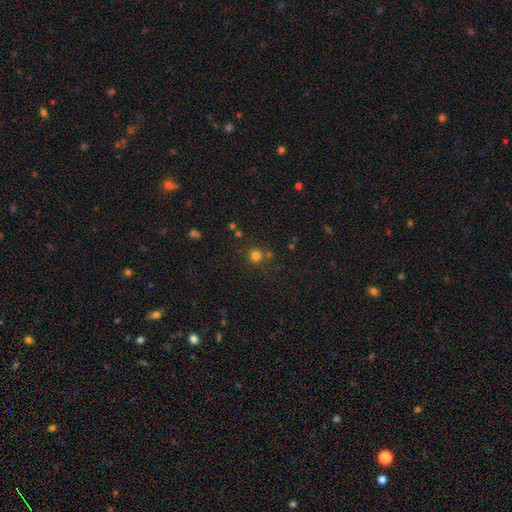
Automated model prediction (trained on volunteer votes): Q: Smooth or featured?
A: smooth (75%); runner-up: star or artifact (19%)
Q: How rounded?
A: round (93%); runner-up: in between (6%)
Q: Merging?
A: none (76%); runner-up: merger (11%)